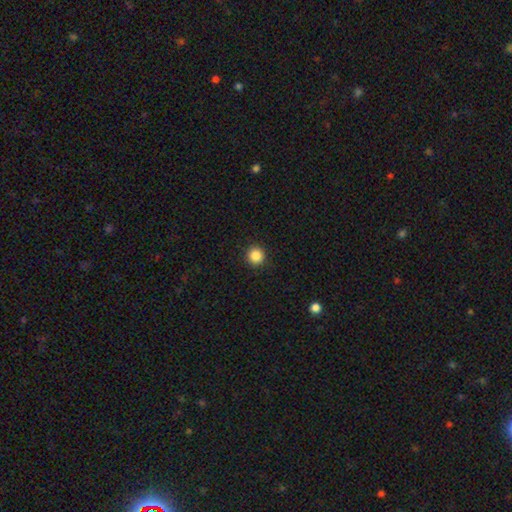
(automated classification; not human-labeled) A smooth galaxy with no disk features (86%) that is round (95%).

Vote fractions:
- Smooth or featured? smooth: 86% / star or artifact: 10% / featured or disk: 3%
- How rounded? round: 95% / in between: 4% / cigar-shaped: 1%
- Merging? none: 93% / minor disturbance: 4% / major disturbance: 2% / merger: 1%